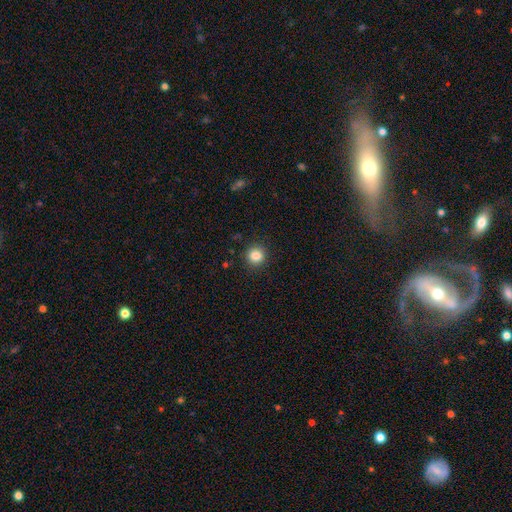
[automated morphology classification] A smooth galaxy with no disk features (85%) that is round (89%). Merging: none (90%).